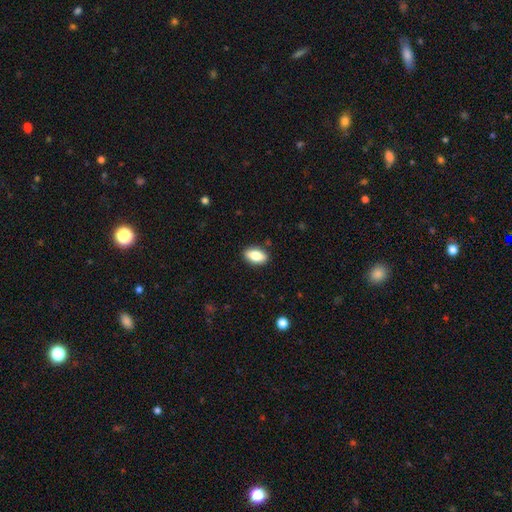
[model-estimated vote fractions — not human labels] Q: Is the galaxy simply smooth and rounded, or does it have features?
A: smooth — 82%.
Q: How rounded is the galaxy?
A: in between — 90%.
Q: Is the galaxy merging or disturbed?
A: none — 88%.